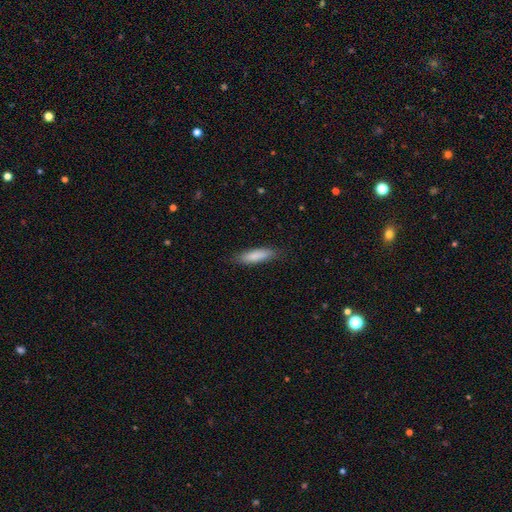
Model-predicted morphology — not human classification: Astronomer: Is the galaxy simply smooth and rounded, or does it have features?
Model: smooth — 84%.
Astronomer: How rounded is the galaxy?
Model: cigar-shaped — 67%.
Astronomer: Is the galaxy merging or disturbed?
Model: none — 84%.